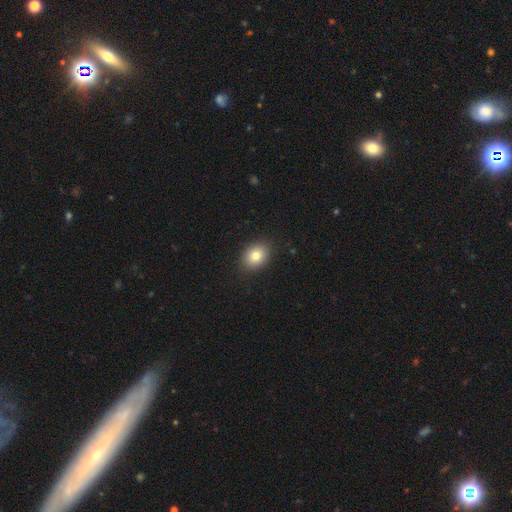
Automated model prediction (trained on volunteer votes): Smooth or featured?
  - smooth: 81% *
  - featured or disk: 9%
  - star or artifact: 9%
How rounded?
  - in between: 65% *
  - round: 34%
  - cigar-shaped: 1%
Merging?
  - none: 88% *
  - minor disturbance: 9%
  - major disturbance: 2%
  - merger: 1%